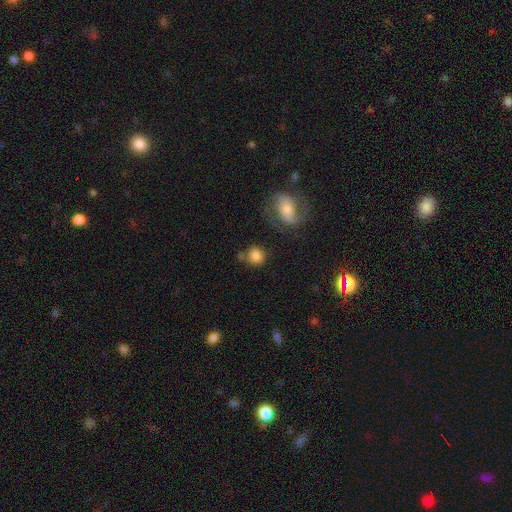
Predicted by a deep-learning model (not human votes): Overall: smooth (81%). How rounded: round (83%). Merging: none (65%).